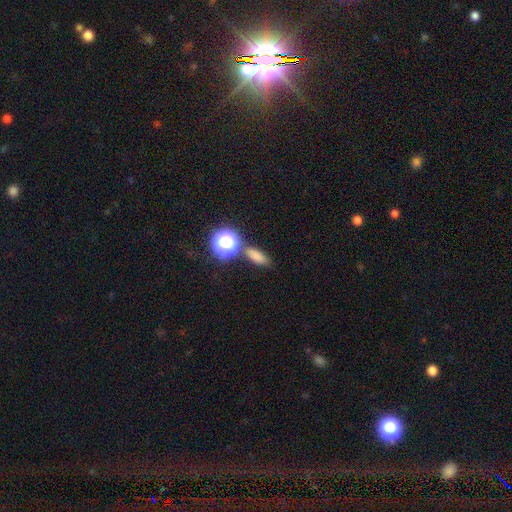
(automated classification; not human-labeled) smooth-or-featured: smooth: 73% | star or artifact: 19% | featured or disk: 8%
  how-rounded: in between: 62% | round: 22% | cigar-shaped: 16%
  merging: none: 72% | merger: 13% | minor disturbance: 11% | major disturbance: 4%